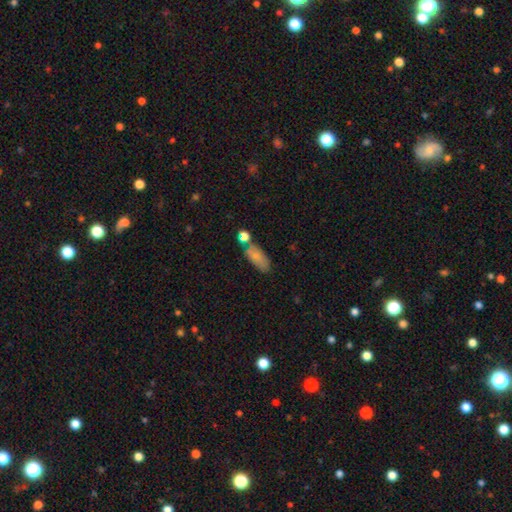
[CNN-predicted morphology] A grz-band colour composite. It shows a smooth galaxy with no disk features (76%) that is in between round and cigar-shaped (81%). Merging: none (58%).